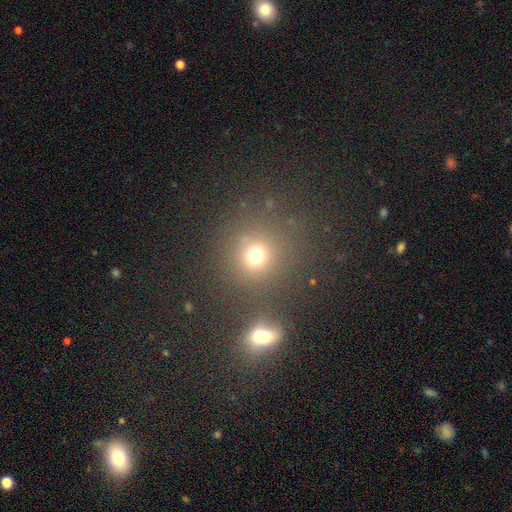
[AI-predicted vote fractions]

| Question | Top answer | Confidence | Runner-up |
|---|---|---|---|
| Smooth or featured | smooth | 70% | star or artifact (22%) |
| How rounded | round | 89% | in between (10%) |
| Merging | none | 74% | merger (11%) |